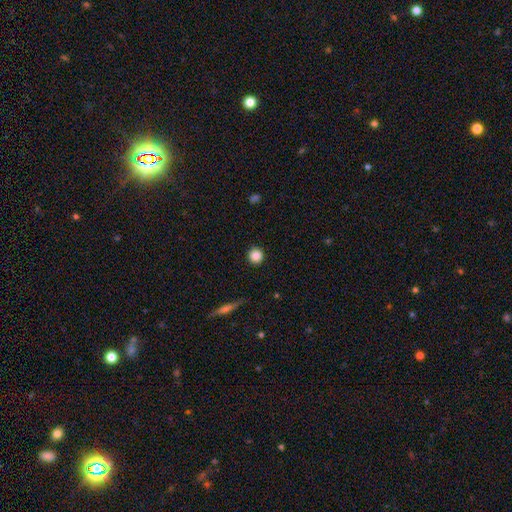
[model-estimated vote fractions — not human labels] A smooth galaxy with no disk features (86%) that is round (94%).

Vote fractions:
- Smooth or featured? smooth: 86% / star or artifact: 10% / featured or disk: 4%
- How rounded? round: 94% / in between: 4% / cigar-shaped: 1%
- Merging? none: 91% / minor disturbance: 5% / major disturbance: 2% / merger: 1%